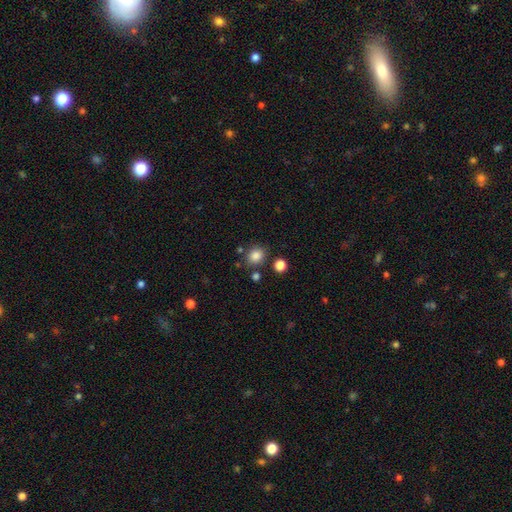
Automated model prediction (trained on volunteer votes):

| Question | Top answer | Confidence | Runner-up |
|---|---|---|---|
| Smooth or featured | smooth | 84% | star or artifact (11%) |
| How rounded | round | 72% | in between (27%) |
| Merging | none | 78% | minor disturbance (11%) |